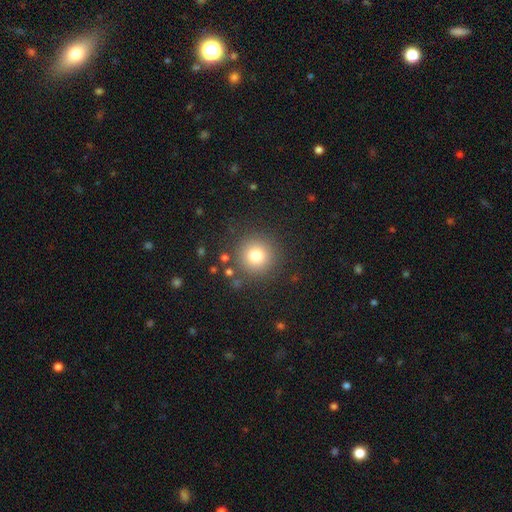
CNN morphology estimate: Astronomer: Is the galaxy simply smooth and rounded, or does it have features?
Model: smooth — 77%.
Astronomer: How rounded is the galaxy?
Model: round — 95%.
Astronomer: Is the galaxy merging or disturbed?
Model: none — 86%.